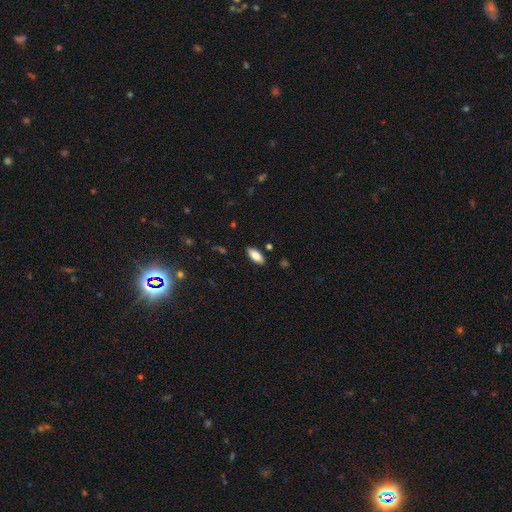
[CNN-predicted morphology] The model was most divided on "smooth or featured": smooth: 81%, featured or disk: 12%, star or artifact: 7%. More confident: merging — none (87%); how rounded — in between (84%).